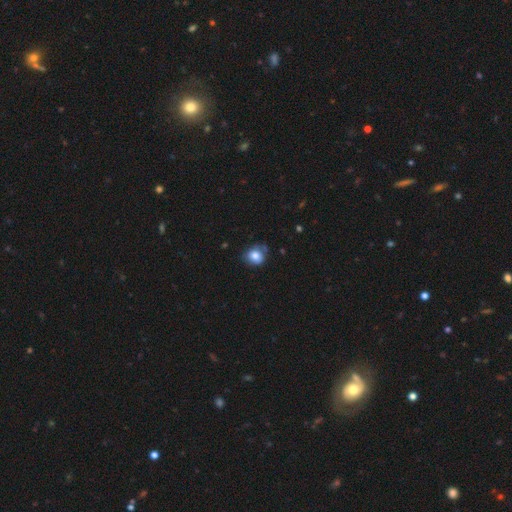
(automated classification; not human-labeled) This is likely a smooth galaxy (79%). How rounded: likely round (70%). Merging: likely none (62%).